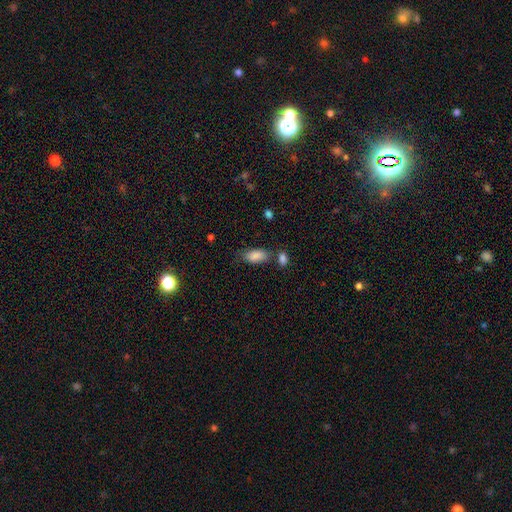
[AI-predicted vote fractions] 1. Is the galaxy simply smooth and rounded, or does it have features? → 87% smooth, 7% star or artifact, 6% featured or disk.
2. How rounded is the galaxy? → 90% in between, 7% cigar-shaped, 3% round.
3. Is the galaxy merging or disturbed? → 60% none, 20% minor disturbance, 14% merger, 6% major disturbance.